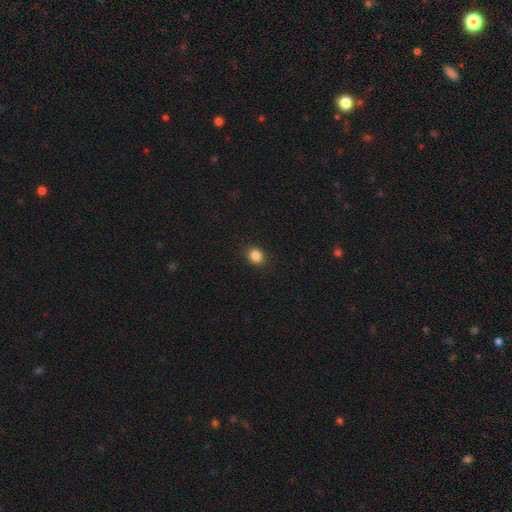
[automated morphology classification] Overall: smooth (86%). How rounded: round (69%; in between 30%). Merging: none (90%).